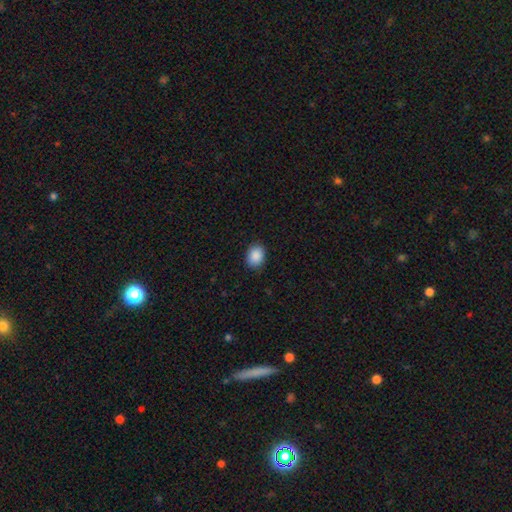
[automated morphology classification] This appears to be a smooth galaxy with no disk features (89%) that is in between round and cigar-shaped (59%). Merging: none (88%).